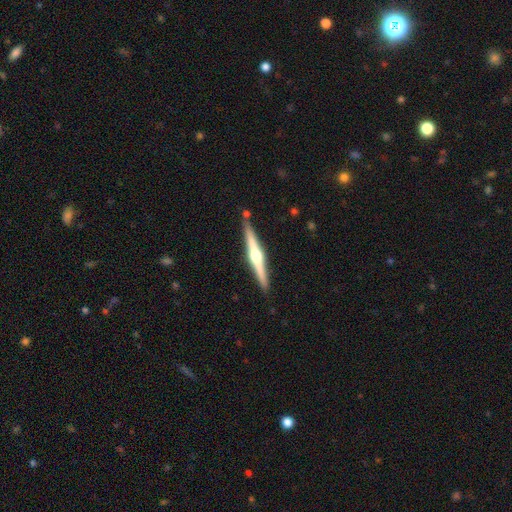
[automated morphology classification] smooth-or-featured: featured or disk: 75% | smooth: 21% | star or artifact: 5%
  disk-edge-on: yes: 98% | no: 2%
    edge-on-bulge: rounded: 91% | boxy: 5% | none: 4%
  merging: none: 88% | minor disturbance: 8% | merger: 3% | major disturbance: 2%